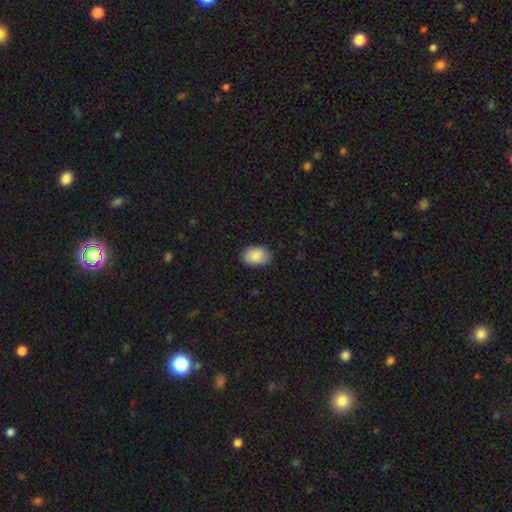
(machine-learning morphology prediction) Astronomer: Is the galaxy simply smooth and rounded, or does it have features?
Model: smooth — 89%.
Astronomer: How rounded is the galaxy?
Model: in between — 83%.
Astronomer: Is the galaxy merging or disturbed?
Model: none — 85%.